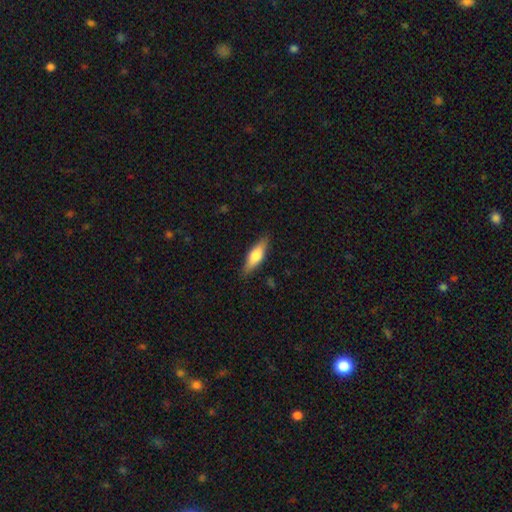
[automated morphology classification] smooth 62%, featured or disk 32%, star or artifact 6%. Down the decision tree: how rounded — in between (54%); merging — none (86%).